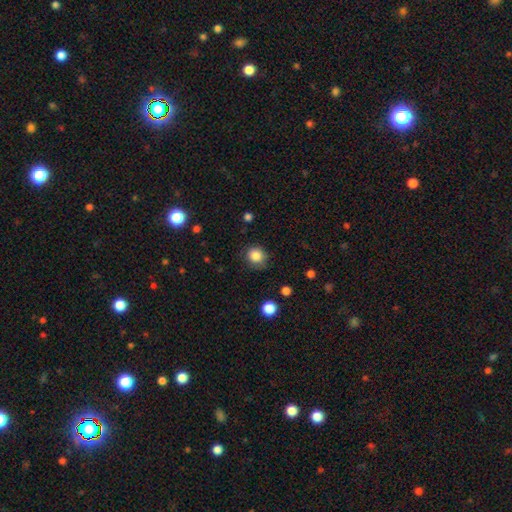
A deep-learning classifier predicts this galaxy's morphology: The model was most divided on "how rounded": round: 82%, in between: 17%, cigar-shaped: 1%. More confident: smooth or featured — smooth (85%); merging — none (80%).